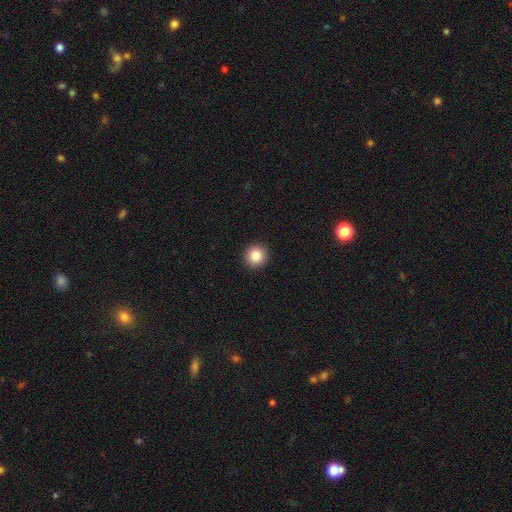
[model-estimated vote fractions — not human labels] Smooth or featured?
  - smooth: 85% *
  - star or artifact: 10%
  - featured or disk: 5%
How rounded?
  - round: 94% *
  - in between: 5%
  - cigar-shaped: 1%
Merging?
  - none: 93% *
  - minor disturbance: 4%
  - major disturbance: 2%
  - merger: 1%